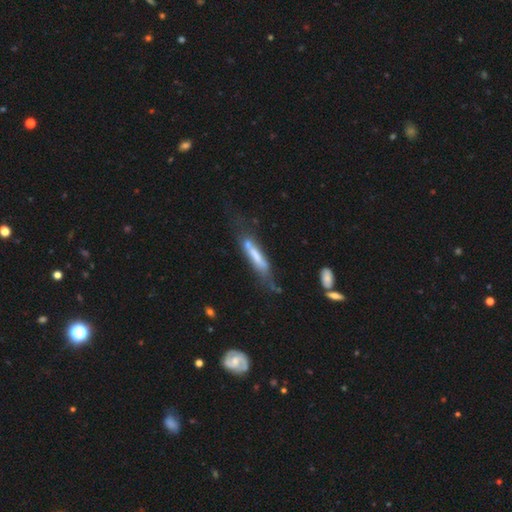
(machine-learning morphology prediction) A smooth galaxy with no disk features (48%). Merging: none (41%).